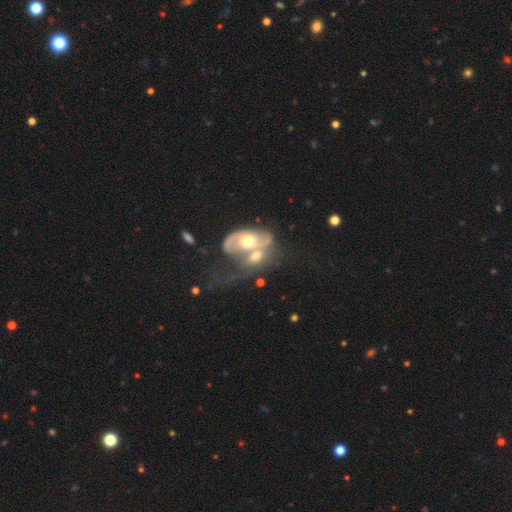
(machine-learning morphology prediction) type=featured or disk (60%); edge-on=no (93%); bar=no (71%); spiral arms=yes (59%); bulge=moderate (67%); merging=merger (72%).